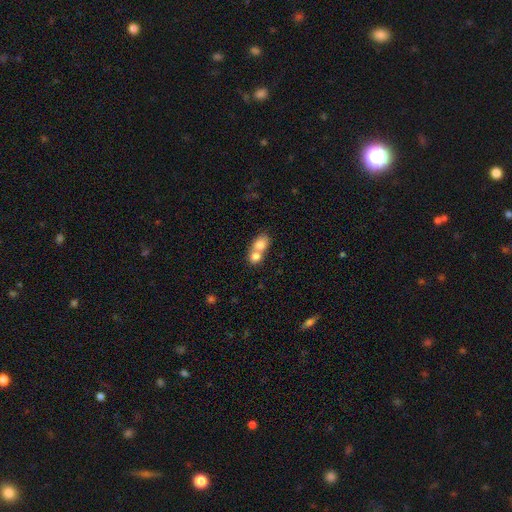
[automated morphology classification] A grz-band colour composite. It shows a smooth galaxy with no disk features (77%) that is round (55%). Merging: merger (71%).